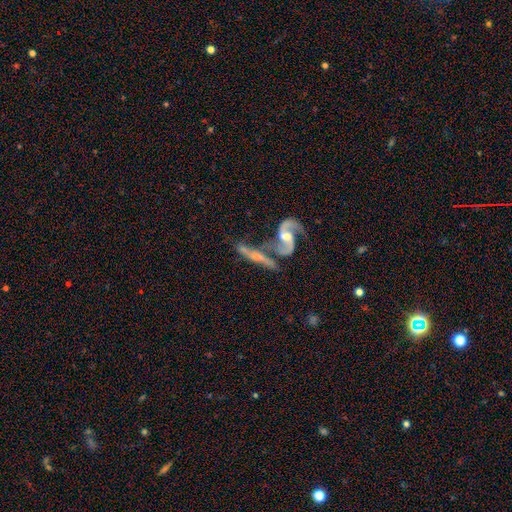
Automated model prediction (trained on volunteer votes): This appears to be a featured or disk galaxy (75%) with no bar (47%), spiral arms (84%) and a moderate central bulge (45%). Merging: merger (48%).